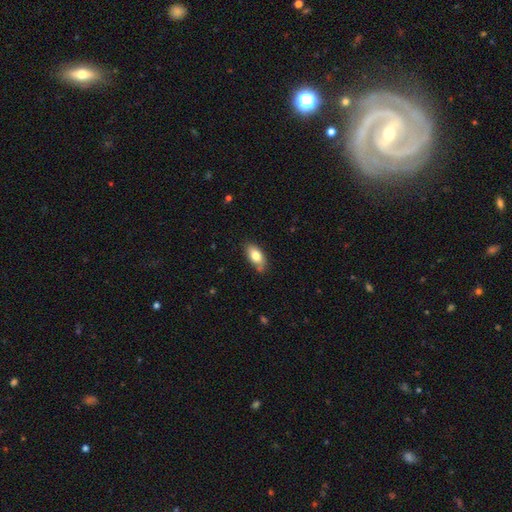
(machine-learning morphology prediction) Smooth or featured?
  - smooth: 78% *
  - featured or disk: 15%
  - star or artifact: 7%
How rounded?
  - in between: 90% *
  - cigar-shaped: 7%
  - round: 3%
Merging?
  - none: 77% *
  - minor disturbance: 16%
  - merger: 4%
  - major disturbance: 3%